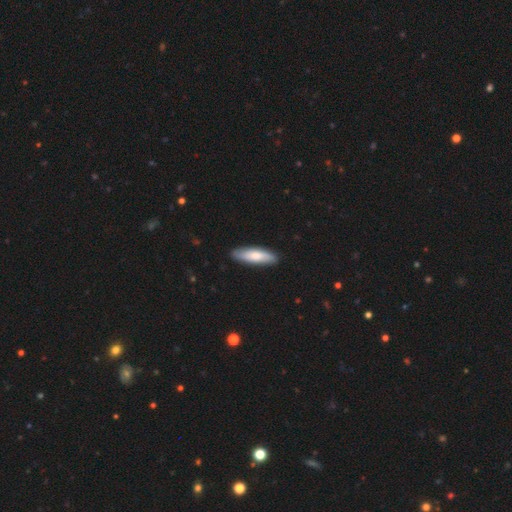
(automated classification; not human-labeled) smooth 74%, featured or disk 22%, star or artifact 5%. Down the decision tree: how rounded — cigar-shaped (57%); merging — none (89%).